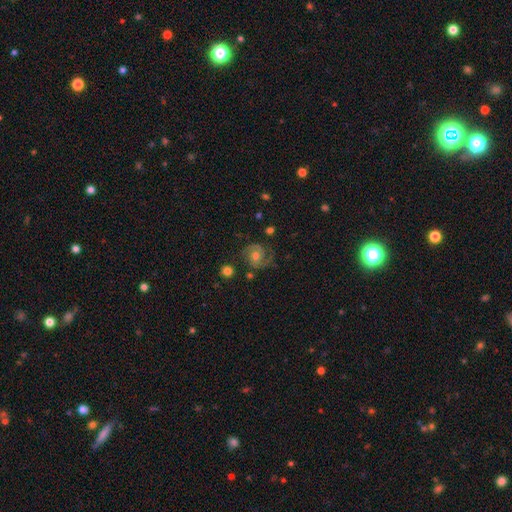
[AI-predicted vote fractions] A featured or disk galaxy (78%) with no bar (64%), 2 (85%) medium (46%) spiral arms (95%) and a moderate central bulge (67%). Merging: none (73%).